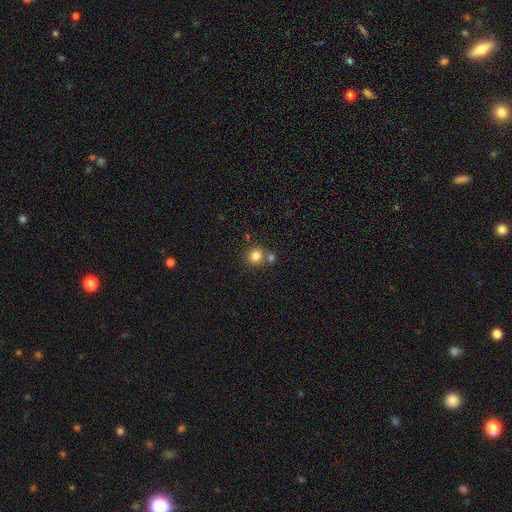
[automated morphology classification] smooth 82%, star or artifact 12%, featured or disk 7%. Down the decision tree: how rounded — round (91%); merging — none (65%).